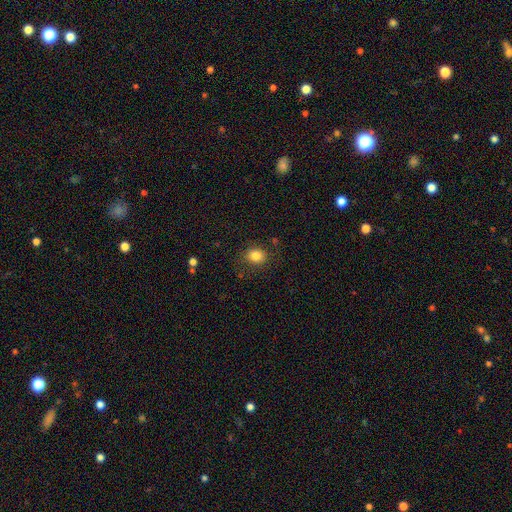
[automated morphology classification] smooth_or_featured: smooth (p=0.83) [alt: star or artifact p=0.11]
how_rounded: round (p=0.64) [alt: in between p=0.35]
merging: none (p=0.84) [alt: minor disturbance p=0.11]